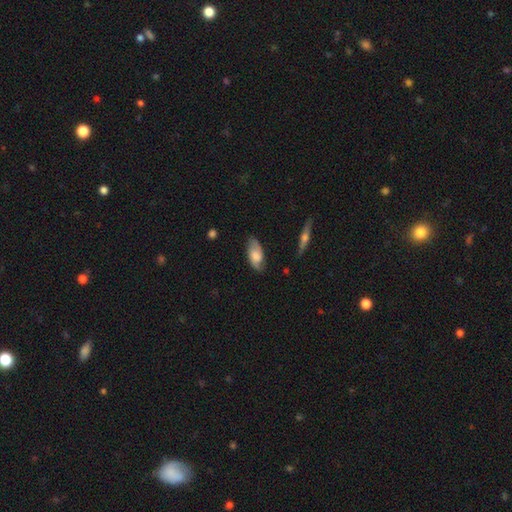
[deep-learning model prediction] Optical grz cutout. It shows a smooth galaxy with no disk features (50%) that is in between round and cigar-shaped (89%). Merging: none (73%).